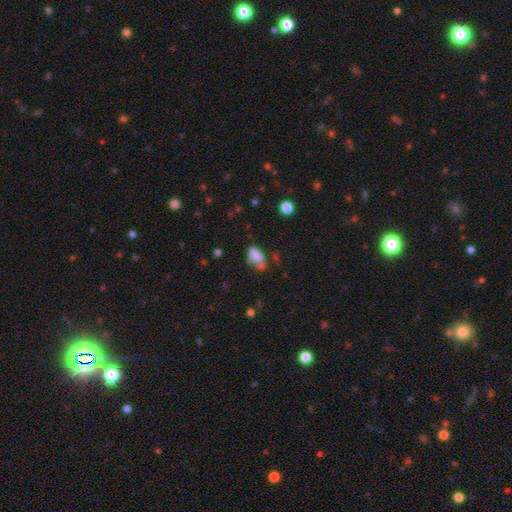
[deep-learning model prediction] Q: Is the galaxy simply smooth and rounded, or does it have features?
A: smooth — 76%.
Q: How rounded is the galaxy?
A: in between — 90%.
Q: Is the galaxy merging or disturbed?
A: none — 39%.